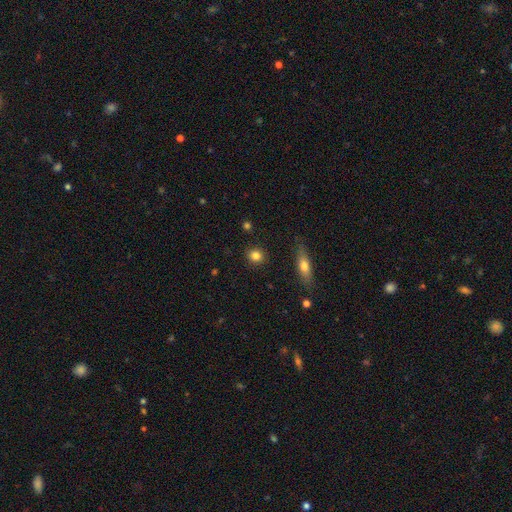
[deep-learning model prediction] This is clearly a smooth galaxy (83%). How rounded: clearly round (85%). Merging: clearly none (90%).